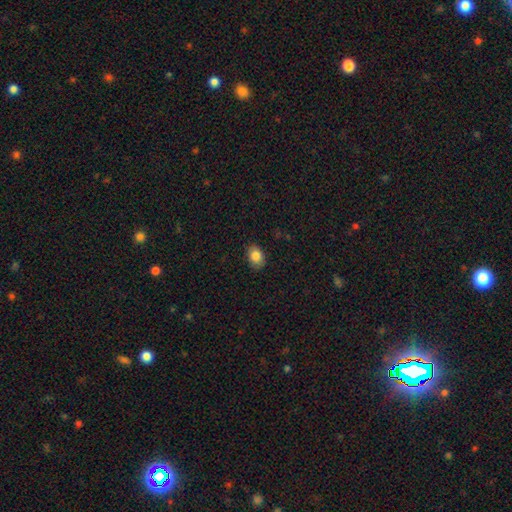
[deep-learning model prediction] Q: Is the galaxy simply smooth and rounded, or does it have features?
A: smooth — 84%.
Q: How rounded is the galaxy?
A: in between — 73%.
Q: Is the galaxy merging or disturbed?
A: none — 84%.